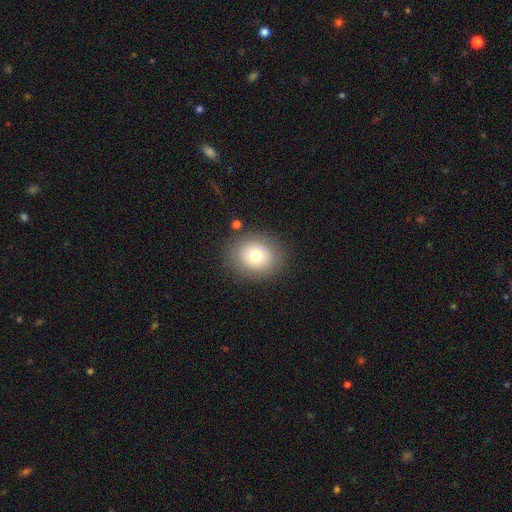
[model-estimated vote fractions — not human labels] smooth 72%, featured or disk 17%, star or artifact 11%. Down the decision tree: how rounded — round (67%); merging — none (84%).